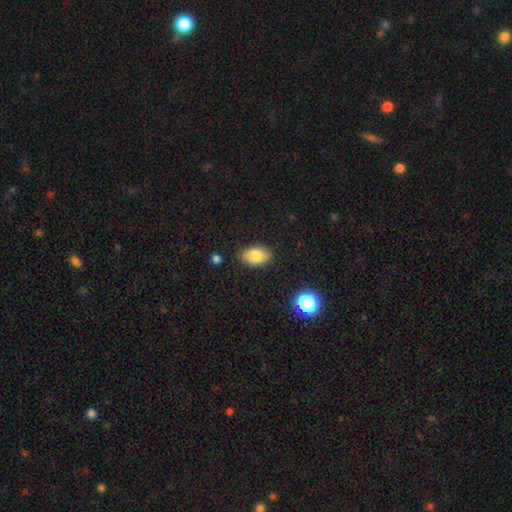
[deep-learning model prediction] The model was most divided on "merging": none: 85%, minor disturbance: 11%, major disturbance: 2%, merger: 2%. More confident: how rounded — in between (88%); smooth or featured — smooth (84%).